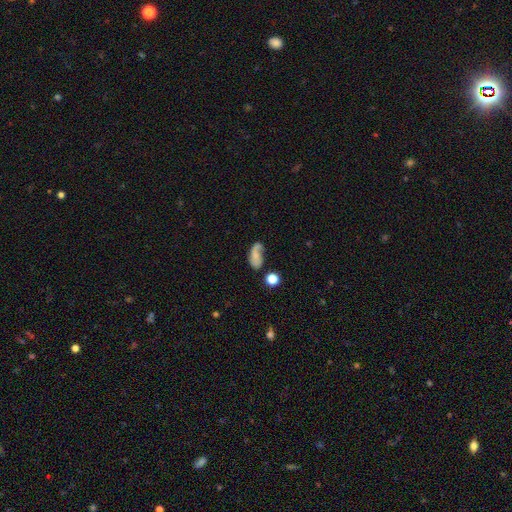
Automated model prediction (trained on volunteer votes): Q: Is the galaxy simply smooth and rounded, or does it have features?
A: smooth — 47%.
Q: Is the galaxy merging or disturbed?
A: none — 41%.